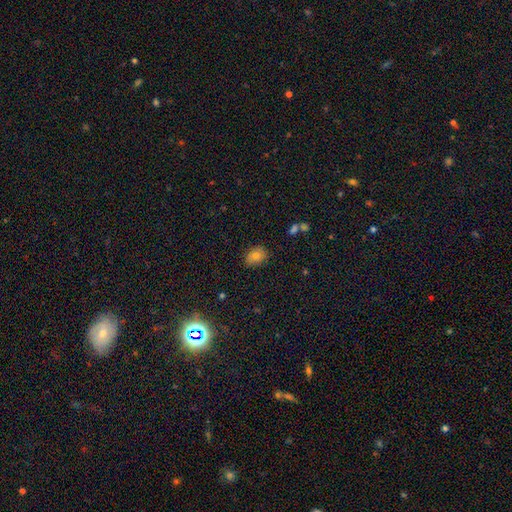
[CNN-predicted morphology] Smooth or featured?
  - smooth: 72% *
  - star or artifact: 17%
  - featured or disk: 11%
How rounded?
  - in between: 63% *
  - round: 35%
  - cigar-shaped: 1%
Merging?
  - none: 79% *
  - minor disturbance: 16%
  - major disturbance: 3%
  - merger: 2%